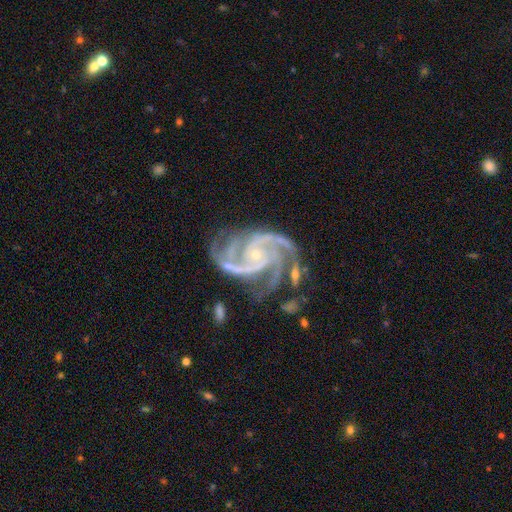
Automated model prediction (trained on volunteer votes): Overall: featured or disk (94%). Edge-on disk: no (98%). Bar: no (63%; weak 25%). Spiral arms: yes (99%). Spiral arm count: 3 (44%; 4 24%). Spiral winding: medium (53%; tight 40%). Bulge size: small (81%). Merging: none (58%; minor disturbance 23%).